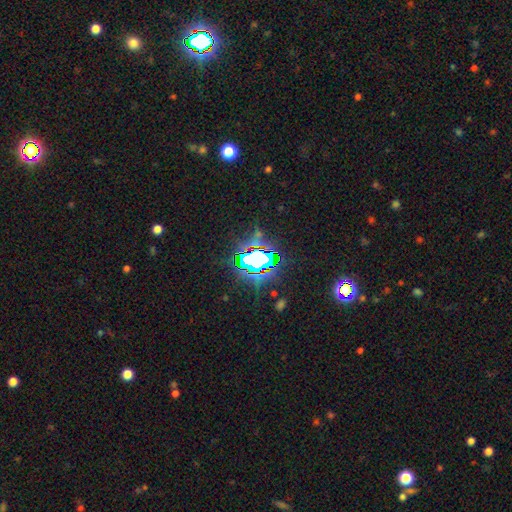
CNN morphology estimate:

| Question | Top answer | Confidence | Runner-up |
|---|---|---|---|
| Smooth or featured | star or artifact | 68% | smooth (17%) |